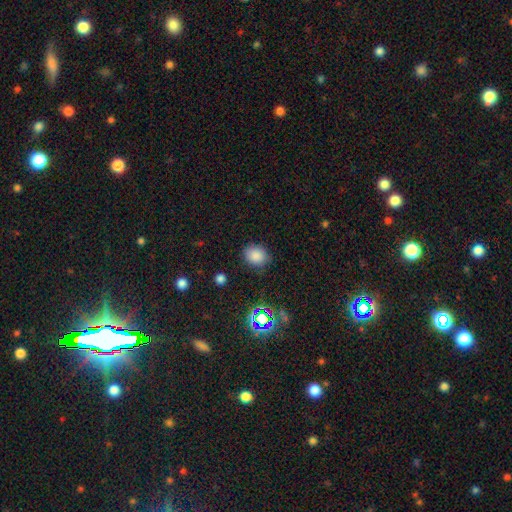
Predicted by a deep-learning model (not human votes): Morphology: type=smooth (82%); roundness=round (56%); merging=none (83%).